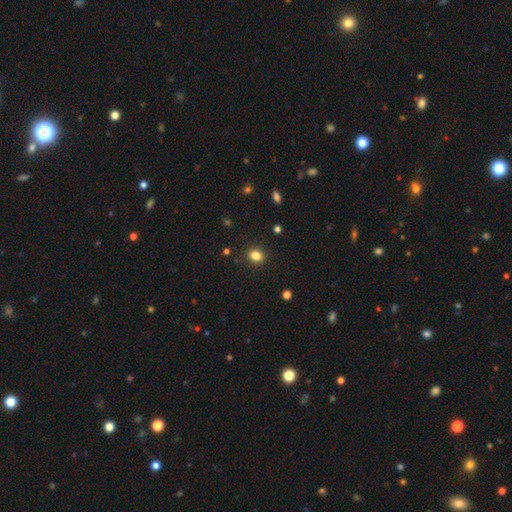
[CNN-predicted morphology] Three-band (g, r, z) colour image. It shows a smooth galaxy with no disk features (84%) that is round (56%). Merging: none (89%).